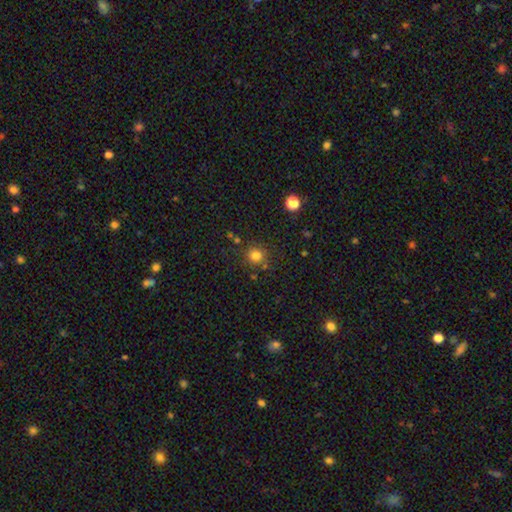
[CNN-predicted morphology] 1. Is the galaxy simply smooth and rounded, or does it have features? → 80% smooth, 14% star or artifact, 6% featured or disk.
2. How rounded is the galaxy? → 91% round, 8% in between, 1% cigar-shaped.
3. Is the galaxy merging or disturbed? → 80% none, 10% minor disturbance, 6% merger, 4% major disturbance.